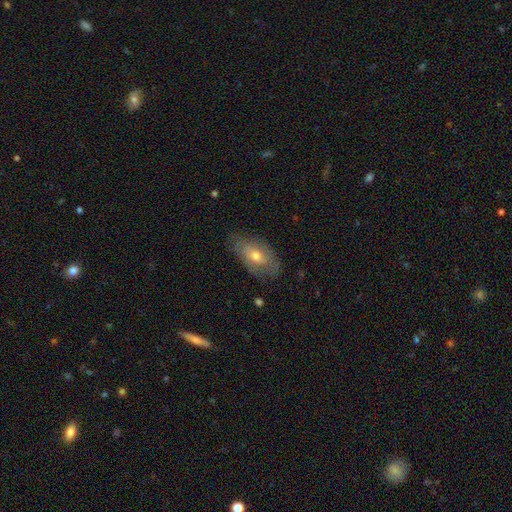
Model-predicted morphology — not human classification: A smooth galaxy with no disk features (48%). Merging: none (70%).